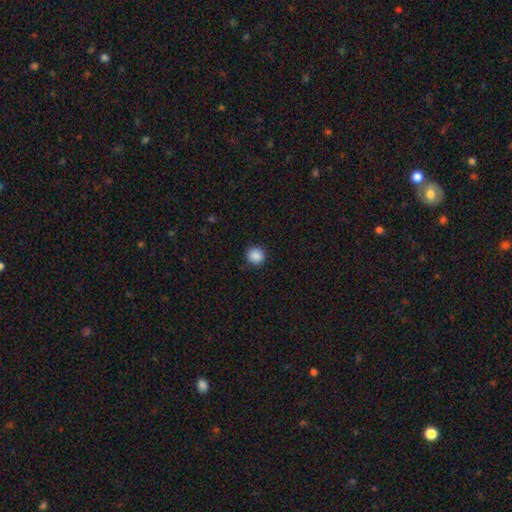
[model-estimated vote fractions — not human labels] A smooth galaxy with no disk features (88%) that is round (94%).

Vote fractions:
- Smooth or featured? smooth: 88% / star or artifact: 10% / featured or disk: 2%
- How rounded? round: 94% / in between: 5% / cigar-shaped: 1%
- Merging? none: 90% / minor disturbance: 7% / major disturbance: 2% / merger: 1%